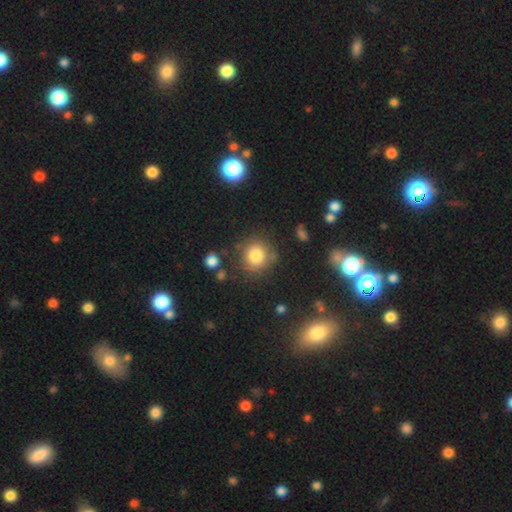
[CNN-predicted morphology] Smooth or featured? Predicted: smooth (p=0.79). How rounded? Predicted: round (p=0.89). Merging? Predicted: none (p=0.78).